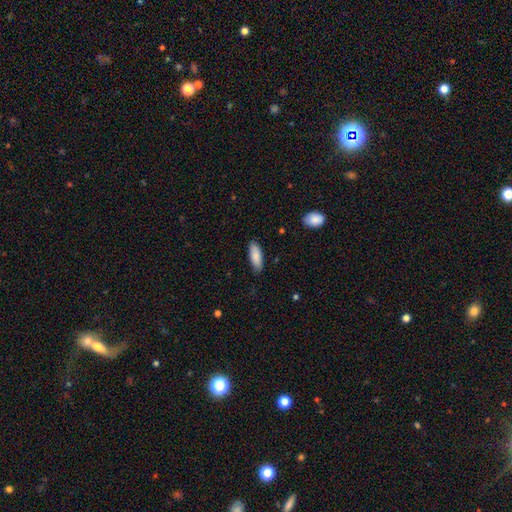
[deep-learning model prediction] Q: Smooth or featured?
A: smooth (87%); runner-up: featured or disk (7%)
Q: How rounded?
A: in between (70%); runner-up: cigar-shaped (28%)
Q: Merging?
A: none (83%); runner-up: minor disturbance (13%)